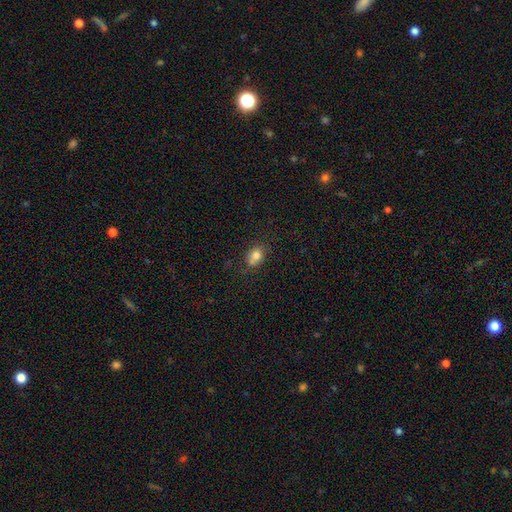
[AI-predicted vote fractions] A smooth galaxy with no disk features (78%) that is in between round and cigar-shaped (57%). Merging: none (57%).